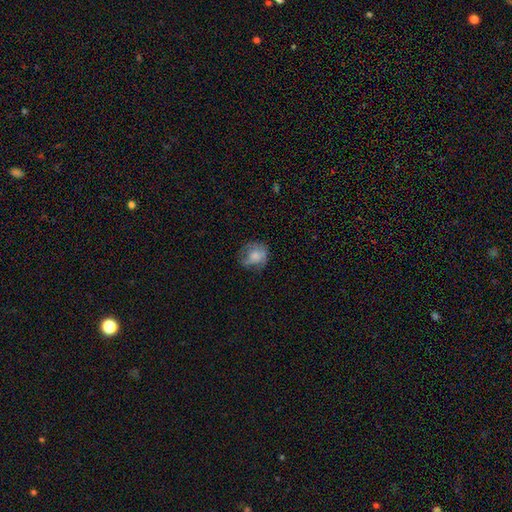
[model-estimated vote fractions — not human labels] Morphology: type=smooth (65%); roundness=round (72%); merging=none (57%).